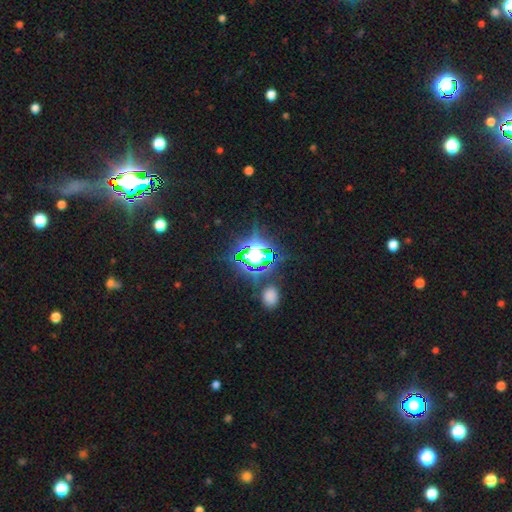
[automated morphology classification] This appears to be a star or artifact, not a galaxy (71%).